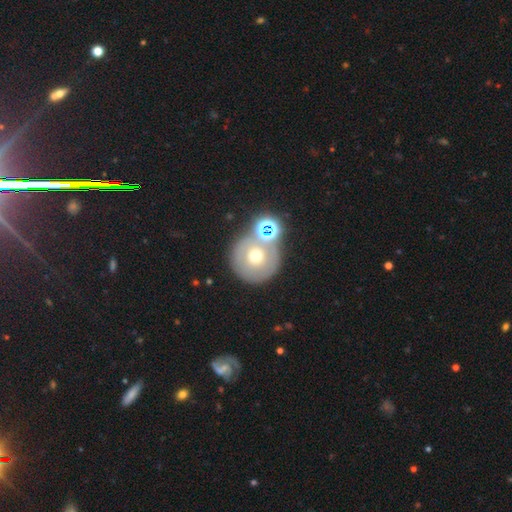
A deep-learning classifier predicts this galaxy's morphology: This is possibly a smooth galaxy (51%). How rounded: clearly round (92%). Merging: likely none (64%).